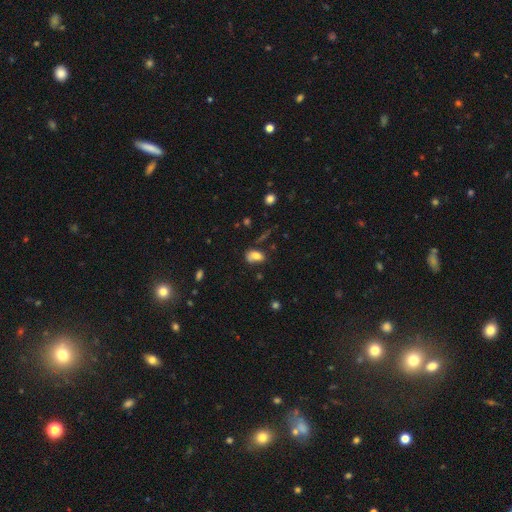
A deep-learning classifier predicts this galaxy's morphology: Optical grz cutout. It shows a smooth galaxy with no disk features (75%) that is in between round and cigar-shaped (84%). Merging: none (47%).